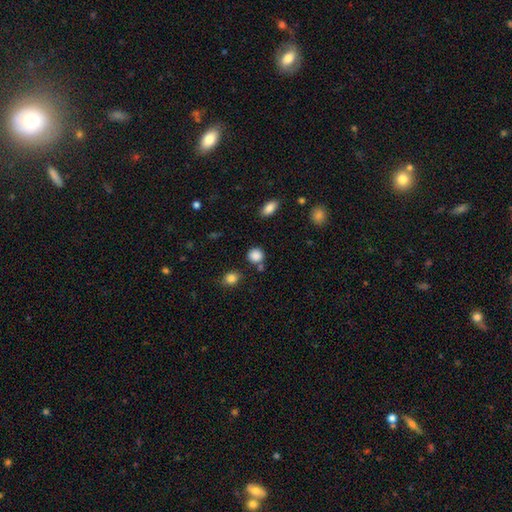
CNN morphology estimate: Q: Smooth or featured?
A: smooth (86%); runner-up: star or artifact (10%)
Q: How rounded?
A: round (87%); runner-up: in between (12%)
Q: Merging?
A: none (77%); runner-up: minor disturbance (11%)